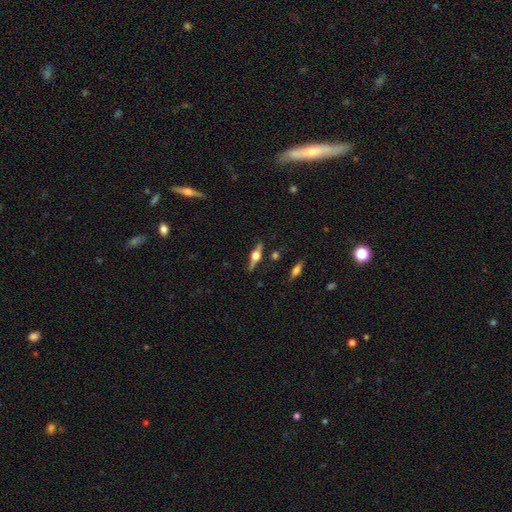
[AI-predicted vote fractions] Smooth or featured? featured or disk (75%)
Edge-on disk? yes (97%)
Edge-on bulge? rounded (94%)
Merging? none (86%)